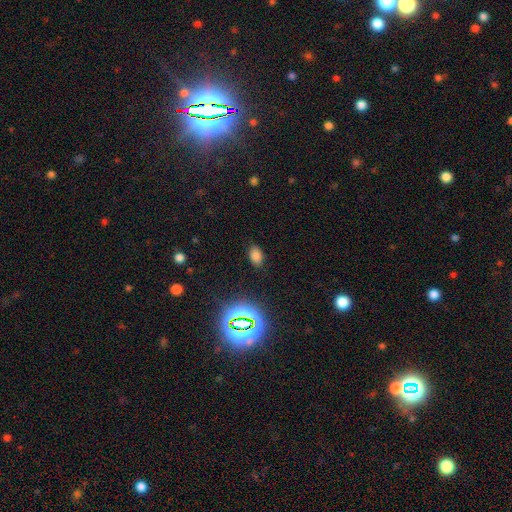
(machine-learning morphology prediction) Smooth or featured? Predicted: smooth (p=0.73). How rounded? Predicted: in between (p=0.88). Merging? Predicted: none (p=0.85).